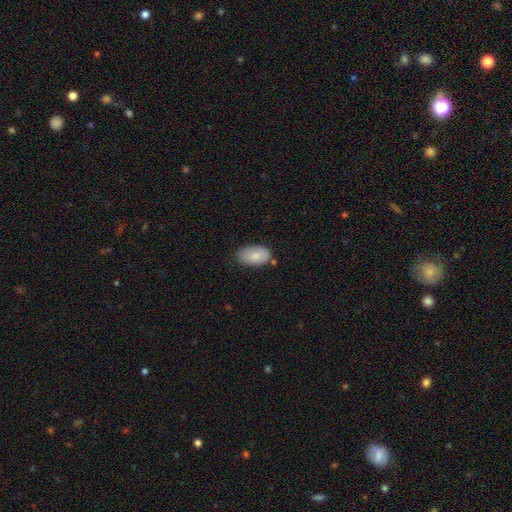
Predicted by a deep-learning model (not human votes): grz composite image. It shows a smooth galaxy with no disk features (81%) that is in between round and cigar-shaped (94%). Merging: none (67%).